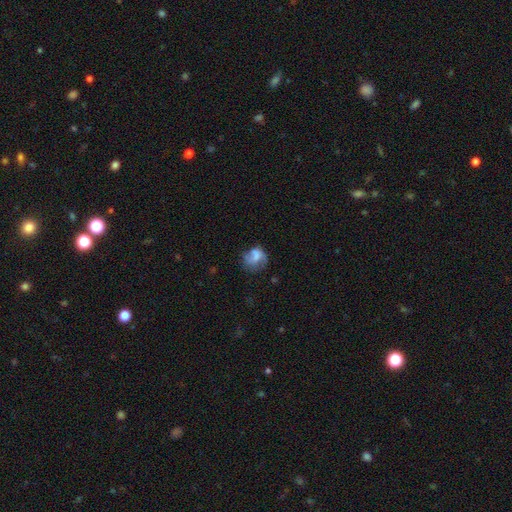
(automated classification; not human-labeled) This is possibly a smooth galaxy (57%). How rounded: likely round (62%). Merging: marginally none (39%).